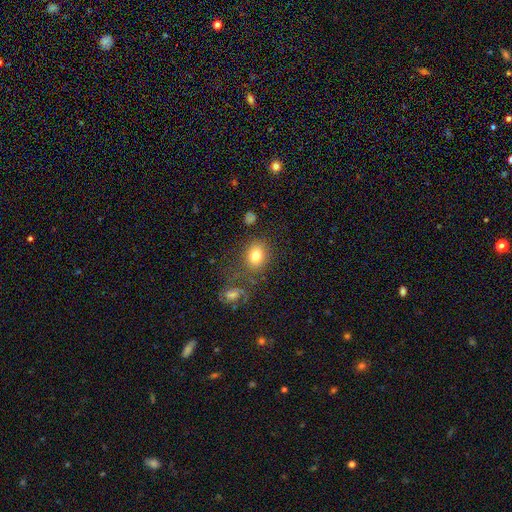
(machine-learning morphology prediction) smooth 77%, featured or disk 12%, star or artifact 11%. Down the decision tree: how rounded — round (52%); merging — none (72%).